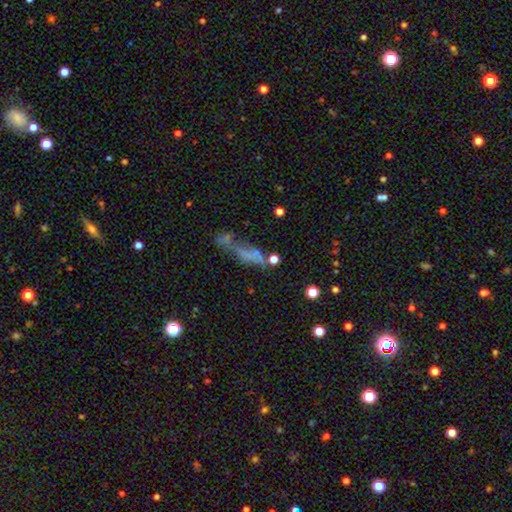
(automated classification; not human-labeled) This is marginally a smooth galaxy (43%). Merging: marginally merger (30%).